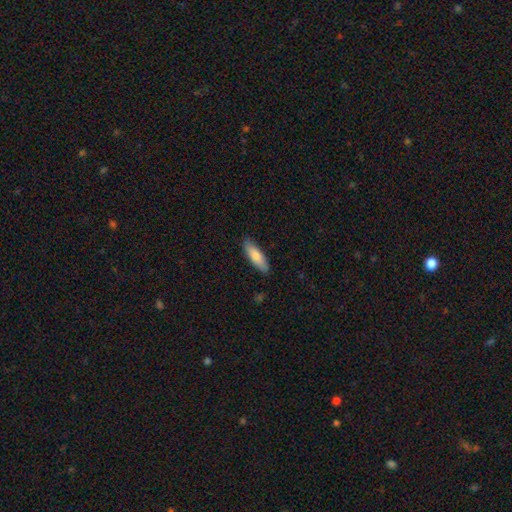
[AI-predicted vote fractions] Smooth or featured: smooth — 81% (featured or disk — 13%)
How rounded: in between — 49% (tied with cigar-shaped — 49%)
Merging: none — 86% (minor disturbance — 11%)